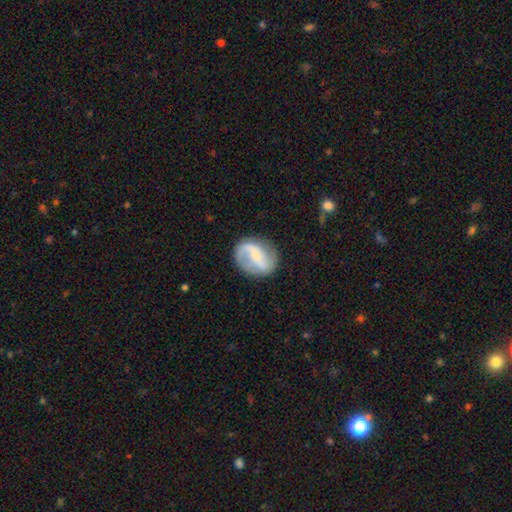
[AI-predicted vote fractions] Morphology: type=featured or disk (79%); edge-on=no (97%); bar=weak (39%); spiral arms=yes (92%); winding=loose (52%); arm count=2 (86%); bulge=small (67%); merging=none (79%).